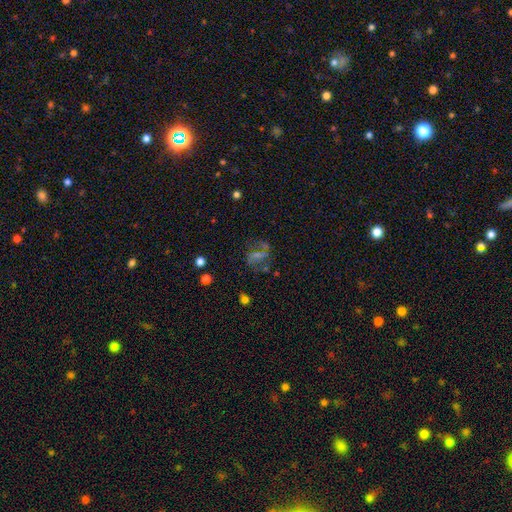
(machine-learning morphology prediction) type=featured or disk (49%); merging=none (60%).